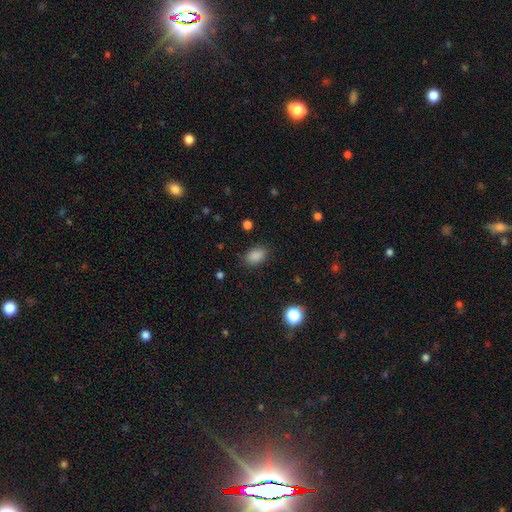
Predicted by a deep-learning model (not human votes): smooth-or-featured: smooth: 86% | star or artifact: 10% | featured or disk: 3%
  how-rounded: in between: 82% | round: 16% | cigar-shaped: 1%
  merging: none: 84% | minor disturbance: 11% | major disturbance: 3% | merger: 1%